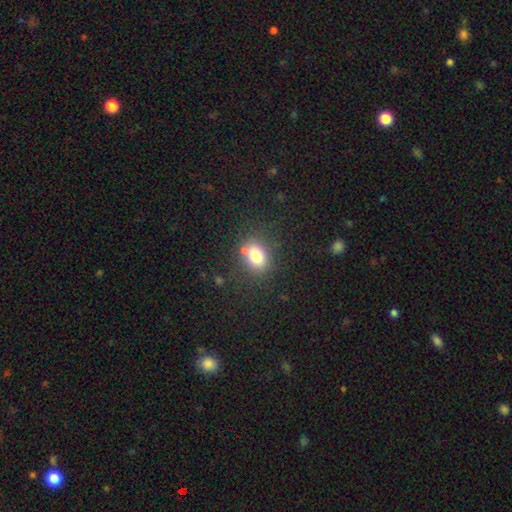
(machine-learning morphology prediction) smooth 77%, star or artifact 13%, featured or disk 11%. Down the decision tree: how rounded — in between (55%); merging — none (72%).